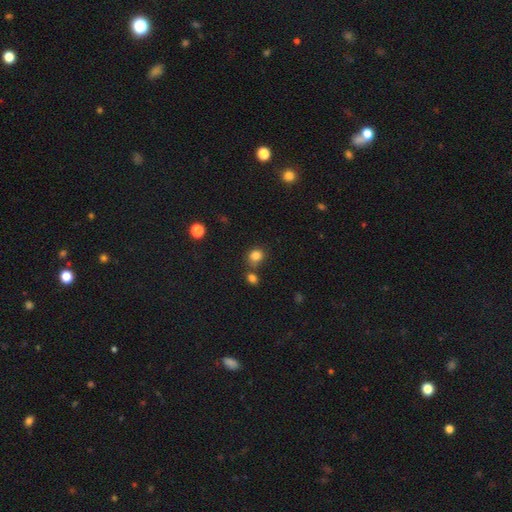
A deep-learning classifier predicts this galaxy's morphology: Smooth or featured?
  - smooth: 82% *
  - star or artifact: 12%
  - featured or disk: 6%
How rounded?
  - round: 75% *
  - in between: 24%
  - cigar-shaped: 1%
Merging?
  - none: 67% *
  - merger: 18%
  - minor disturbance: 11%
  - major disturbance: 4%